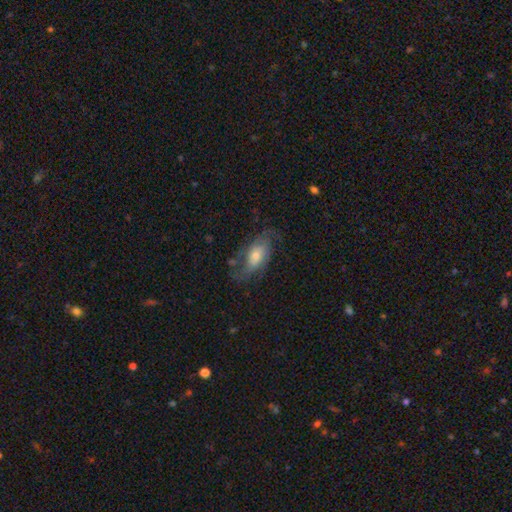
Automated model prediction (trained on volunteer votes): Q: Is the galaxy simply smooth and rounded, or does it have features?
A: featured or disk — 61%.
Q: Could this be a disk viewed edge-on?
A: no — 92%.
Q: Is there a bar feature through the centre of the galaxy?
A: no — 64%.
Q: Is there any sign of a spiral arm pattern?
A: yes — 83%.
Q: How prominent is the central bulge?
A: moderate — 48%.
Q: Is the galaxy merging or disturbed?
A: none — 58%.